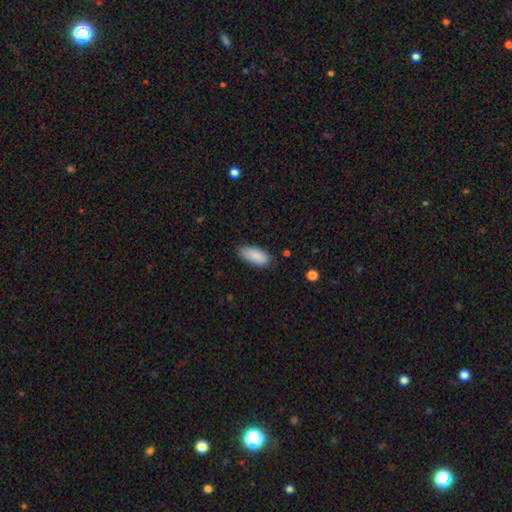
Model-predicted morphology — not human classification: A smooth galaxy with no disk features (85%) that is in between round and cigar-shaped (90%).

Vote fractions:
- Smooth or featured? smooth: 85% / featured or disk: 8% / star or artifact: 6%
- How rounded? in between: 90% / cigar-shaped: 8% / round: 2%
- Merging? none: 77% / minor disturbance: 19% / major disturbance: 3% / merger: 1%